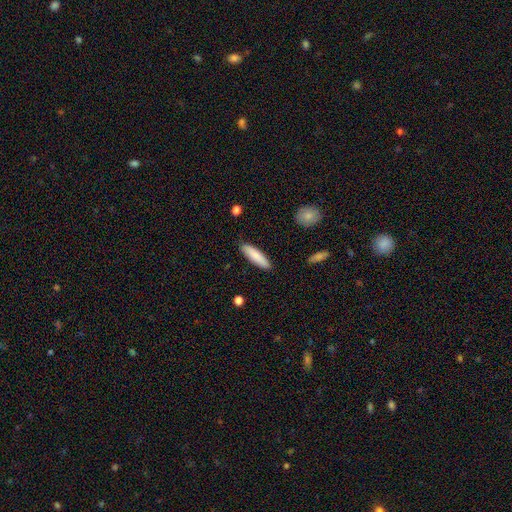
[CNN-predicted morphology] smooth 85%, featured or disk 10%, star or artifact 5%. Down the decision tree: how rounded — cigar-shaped (69%); merging — none (89%).